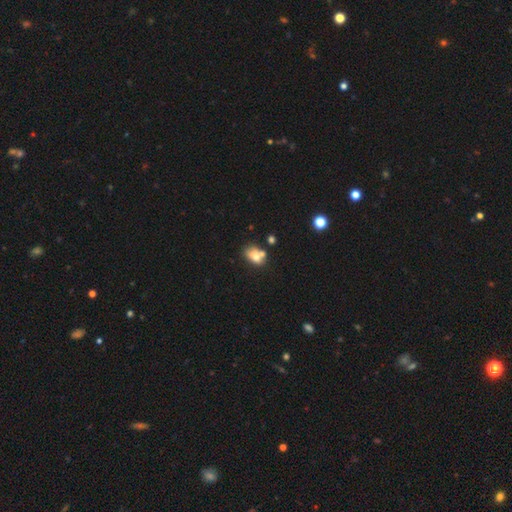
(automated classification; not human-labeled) Overall: smooth (71%). How rounded: in between (72%). Merging: none (45%; merger 35%).